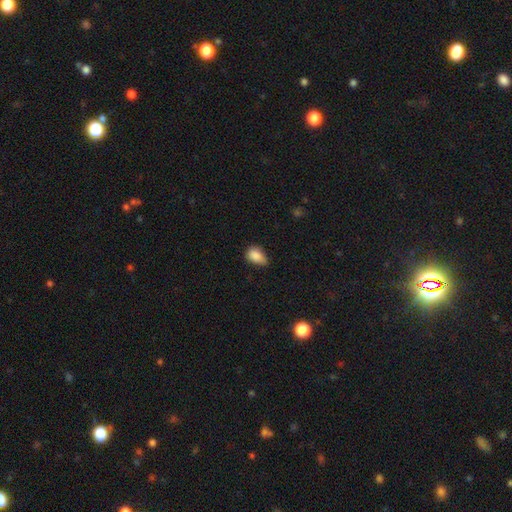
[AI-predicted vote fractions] Overall: smooth (86%). How rounded: in between (81%). Merging: none (48%; minor disturbance 43%).